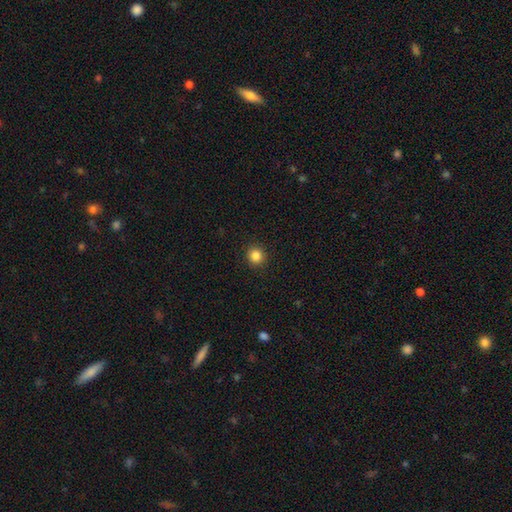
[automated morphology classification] Smooth or featured? smooth (85%)
How rounded? round (91%)
Merging? none (92%)